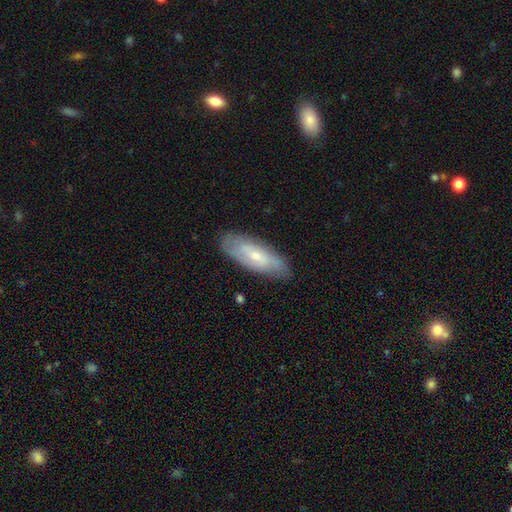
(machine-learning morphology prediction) Q: Smooth or featured?
A: featured or disk (49%); runner-up: smooth (44%)
Q: Merging?
A: none (82%); runner-up: minor disturbance (14%)